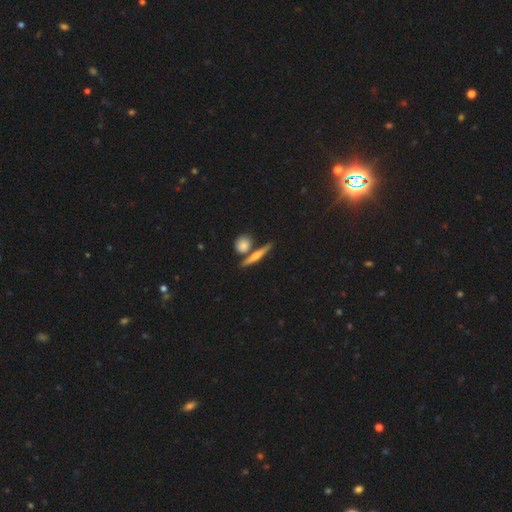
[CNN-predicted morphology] smooth_or_featured: featured or disk (p=0.47) [alt: smooth p=0.44]
merging: none (p=0.73) [alt: merger p=0.15]